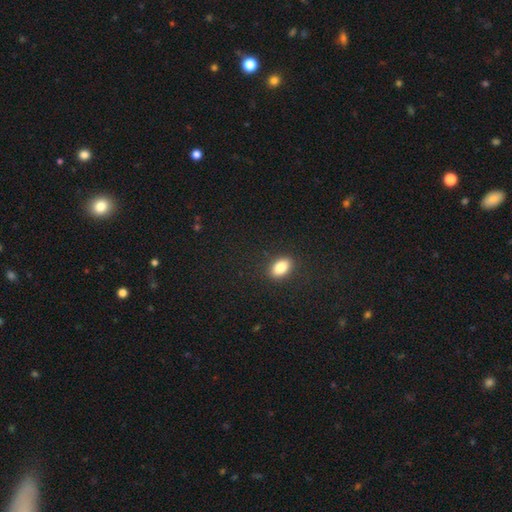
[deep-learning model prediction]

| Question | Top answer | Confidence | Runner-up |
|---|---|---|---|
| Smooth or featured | smooth | 47% | star or artifact (46%) |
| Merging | none | 84% | minor disturbance (7%) |